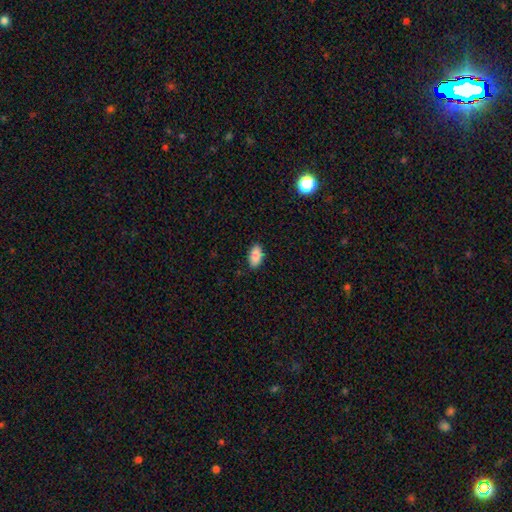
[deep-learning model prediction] Smooth or featured? Predicted: smooth (p=0.89). How rounded? Predicted: in between (p=0.92). Merging? Predicted: none (p=0.86).